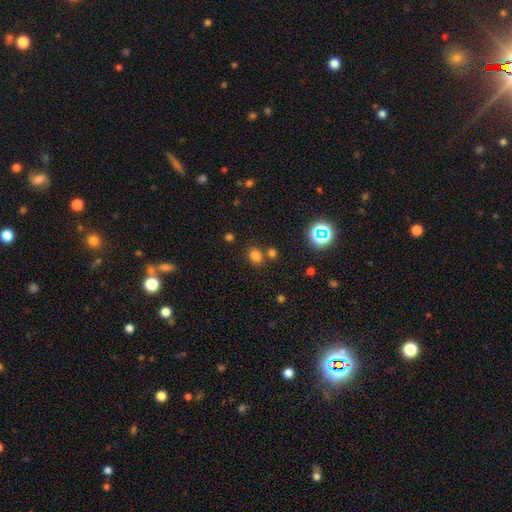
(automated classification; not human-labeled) Smooth or featured?
  - smooth: 75% *
  - star or artifact: 19%
  - featured or disk: 6%
How rounded?
  - round: 53% *
  - in between: 46%
  - cigar-shaped: 1%
Merging?
  - none: 70% *
  - merger: 16%
  - minor disturbance: 10%
  - major disturbance: 4%